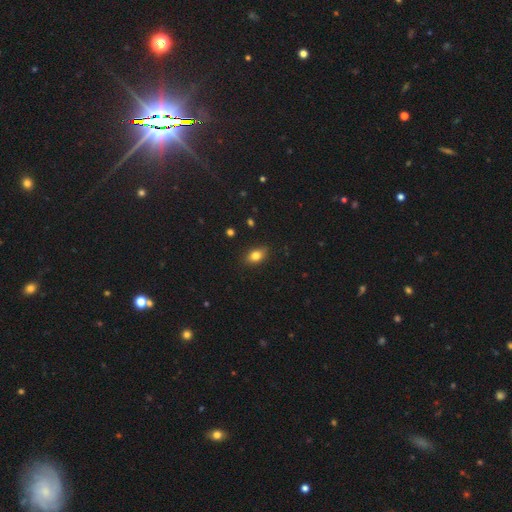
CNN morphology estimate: A smooth galaxy with no disk features (81%) that is in between round and cigar-shaped (79%).

Vote fractions:
- Smooth or featured? smooth: 81% / star or artifact: 10% / featured or disk: 9%
- How rounded? in between: 79% / round: 17% / cigar-shaped: 3%
- Merging? none: 85% / minor disturbance: 12% / major disturbance: 2% / merger: 1%